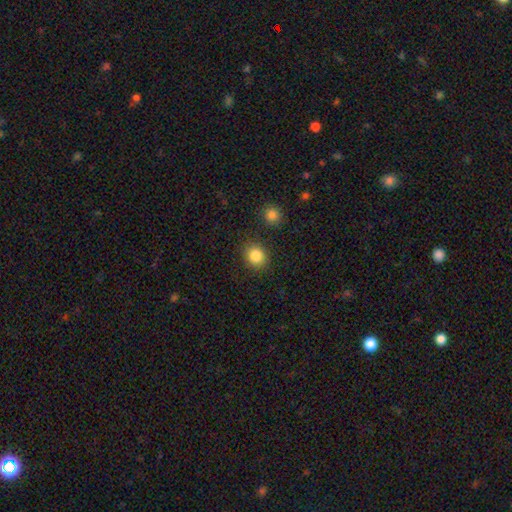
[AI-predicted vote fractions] Smooth or featured? smooth (86%)
How rounded? round (78%)
Merging? none (86%)